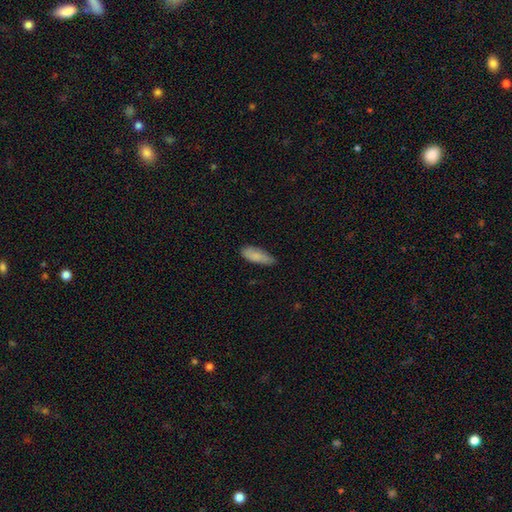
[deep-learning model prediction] smooth 85%, featured or disk 9%, star or artifact 6%. Down the decision tree: how rounded — in between (72%); merging — none (69%).